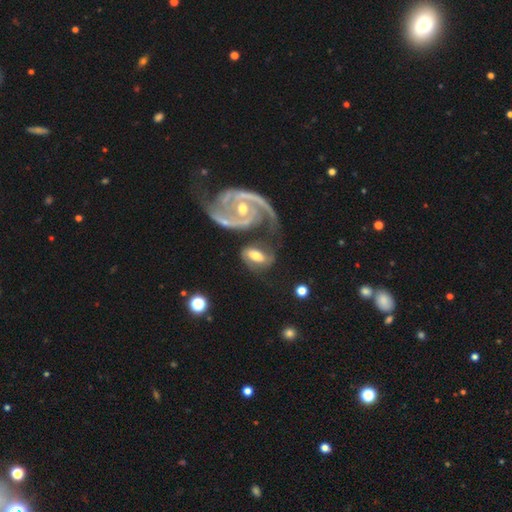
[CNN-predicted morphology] A featured or disk galaxy (56%) with no bar (38%, tied with weak), spiral arms (87%) and a moderate central bulge (63%).

Vote fractions:
- Smooth or featured? featured or disk: 56% / smooth: 37% / star or artifact: 7%
- Edge-on disk? no: 94% / yes: 6%
- Bar? no: 38% (tied) / weak: 38% (tied) / strong: 23%
- Spiral arms? yes: 87% / no: 13%
- Bulge size? moderate: 63% / small: 19% / large: 14% / none: 2% / dominant: 2%
- Merging? none: 43% / merger: 21% / minor disturbance: 21% / major disturbance: 15%